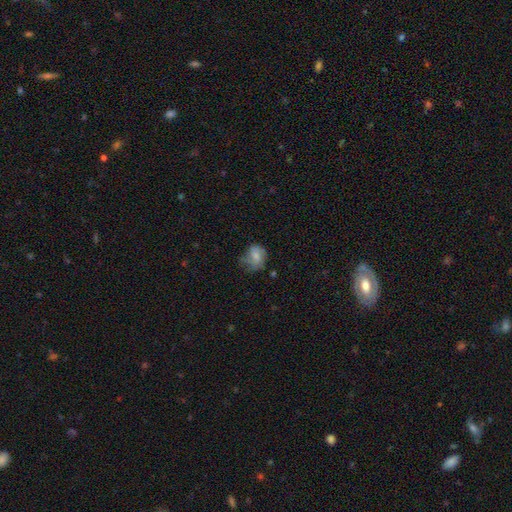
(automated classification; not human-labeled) Smooth or featured: smooth — 62% (featured or disk — 29%)
How rounded: round — 55% (in between — 44%)
Merging: none — 44% (minor disturbance — 33%)